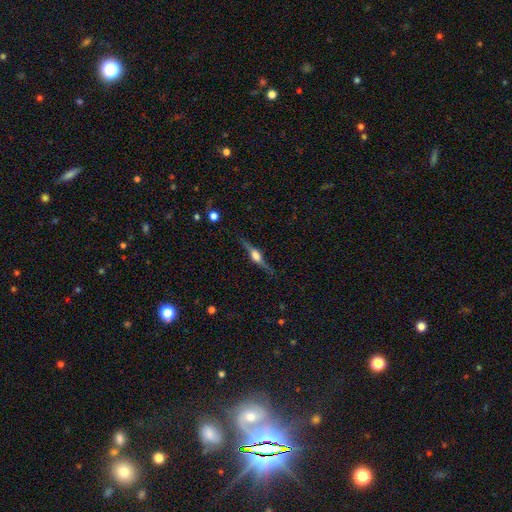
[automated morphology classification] Smooth or featured: featured or disk — 81% (smooth — 13%)
Edge-on disk: yes — 98% (no — 2%)
Edge-on bulge: rounded — 87% (boxy — 10%)
Merging: none — 86% (minor disturbance — 10%)